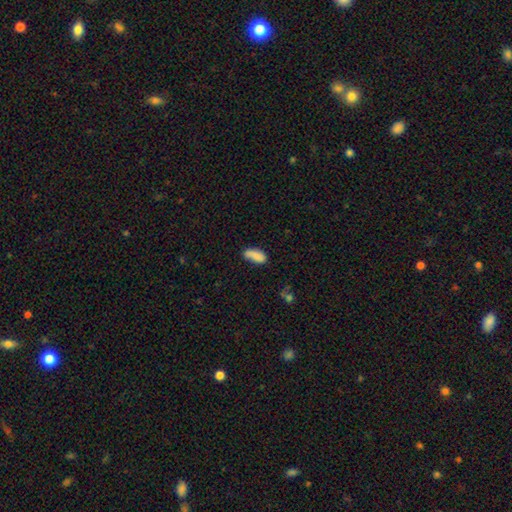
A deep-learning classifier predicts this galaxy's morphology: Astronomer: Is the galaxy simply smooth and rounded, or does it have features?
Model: smooth — 81%.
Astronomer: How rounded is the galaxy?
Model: in between — 85%.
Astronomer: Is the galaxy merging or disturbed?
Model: none — 59%.